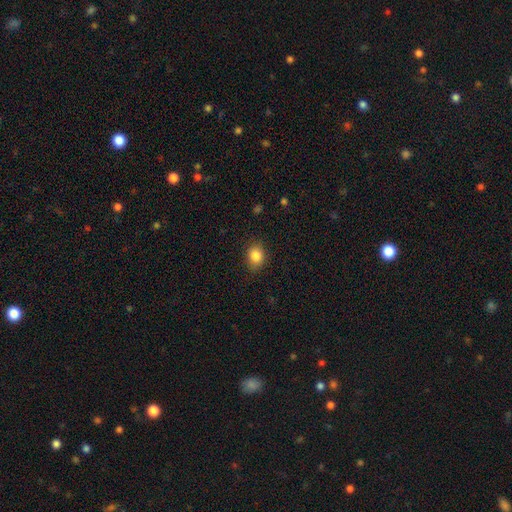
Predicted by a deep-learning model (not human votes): This appears to be a smooth galaxy with no disk features (86%) that is round (54%). Merging: none (84%).